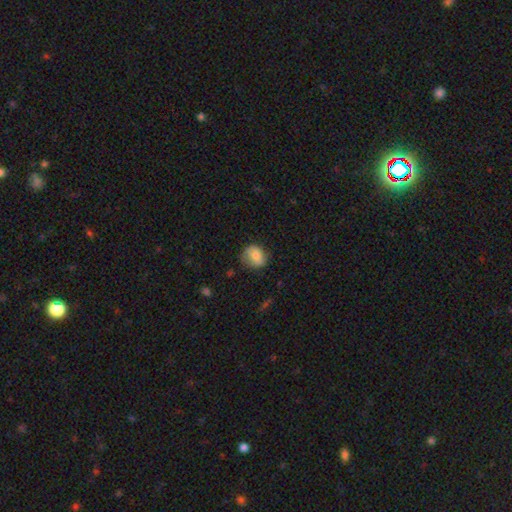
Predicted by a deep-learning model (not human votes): smooth-or-featured: smooth: 69% | featured or disk: 23% | star or artifact: 8%
  how-rounded: round: 65% | in between: 34% | cigar-shaped: 1%
  merging: none: 67% | minor disturbance: 25% | major disturbance: 7% | merger: 1%